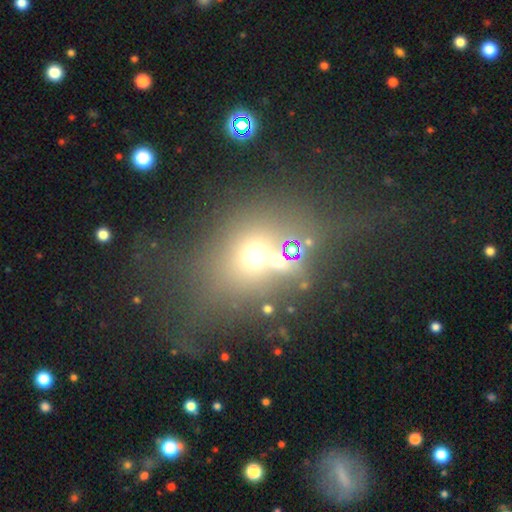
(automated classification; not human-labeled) Smooth or featured? smooth (52%)
How rounded? round (60%)
Merging? none (44%)